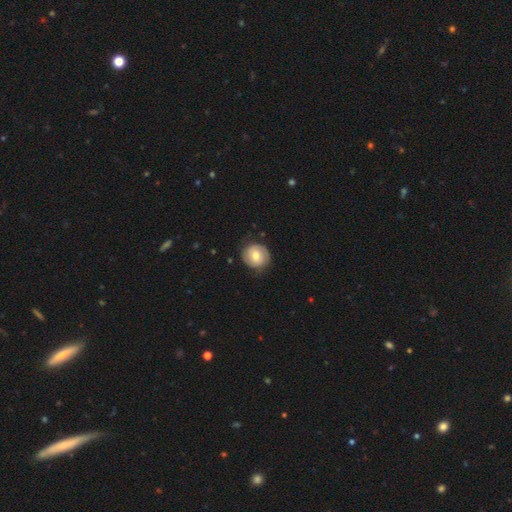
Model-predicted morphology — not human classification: This is possibly a smooth galaxy (54%). How rounded: clearly round (87%). Merging: likely none (78%).